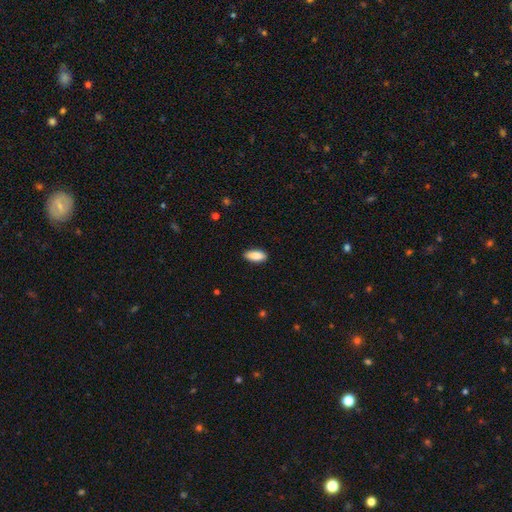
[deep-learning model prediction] Q: Smooth or featured?
A: smooth (89%); runner-up: star or artifact (6%)
Q: How rounded?
A: in between (86%); runner-up: cigar-shaped (12%)
Q: Merging?
A: none (88%); runner-up: minor disturbance (9%)